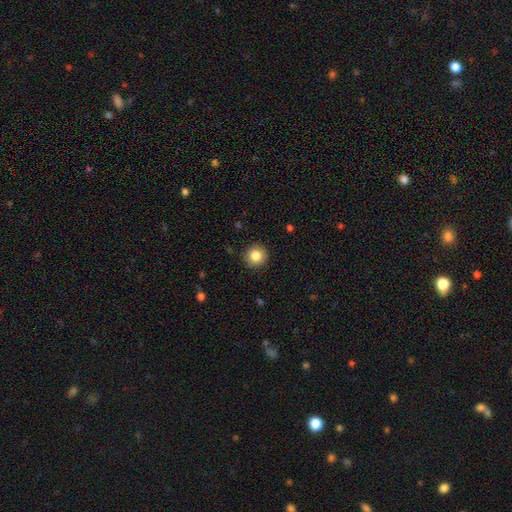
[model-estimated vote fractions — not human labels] Smooth or featured: smooth — 85% (star or artifact — 10%)
How rounded: round — 94% (in between — 5%)
Merging: none — 91% (minor disturbance — 7%)